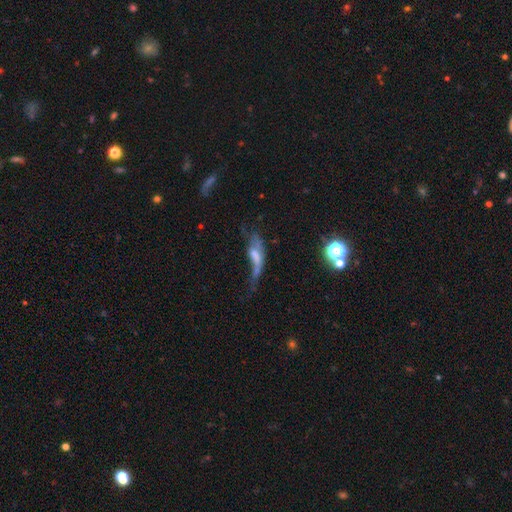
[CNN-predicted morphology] Smooth or featured? featured or disk (49%)
Merging? major disturbance (47%)